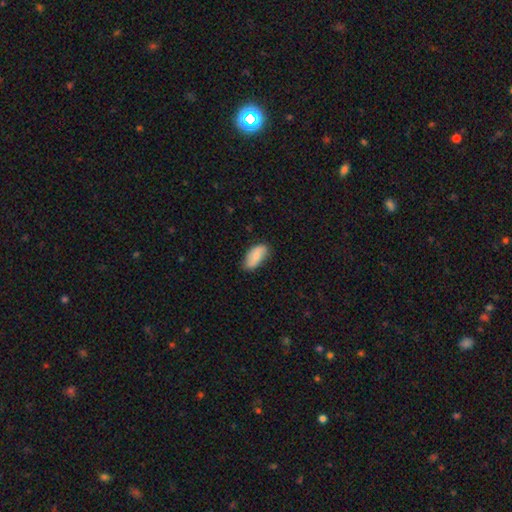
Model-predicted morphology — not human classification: A smooth galaxy with no disk features (73%) that is in between round and cigar-shaped (91%).

Vote fractions:
- Smooth or featured? smooth: 73% / featured or disk: 21% / star or artifact: 6%
- How rounded? in between: 91% / cigar-shaped: 6% / round: 3%
- Merging? none: 74% / minor disturbance: 21% / major disturbance: 3% / merger: 1%